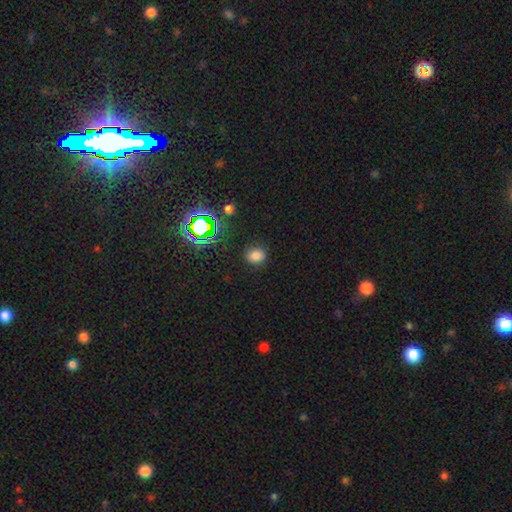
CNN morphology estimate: smooth 75%, star or artifact 19%, featured or disk 6%. Down the decision tree: how rounded — round (52%); merging — none (86%).